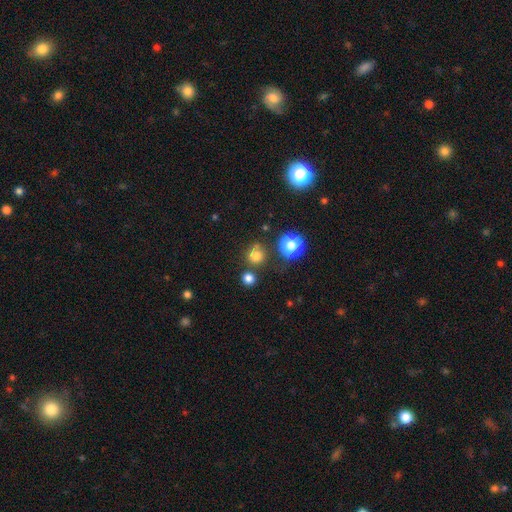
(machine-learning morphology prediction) smooth-or-featured: smooth: 72% | star or artifact: 21% | featured or disk: 7%
  how-rounded: round: 89% | in between: 10% | cigar-shaped: 1%
  merging: none: 70% | merger: 13% | minor disturbance: 12% | major disturbance: 5%